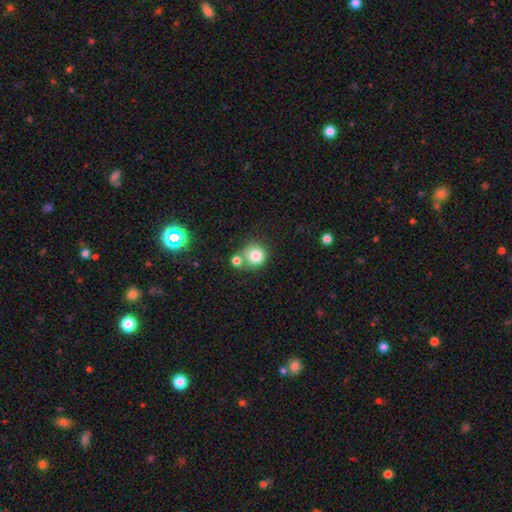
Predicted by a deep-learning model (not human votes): Morphology: type=smooth (80%); roundness=round (90%); merging=none (54%).